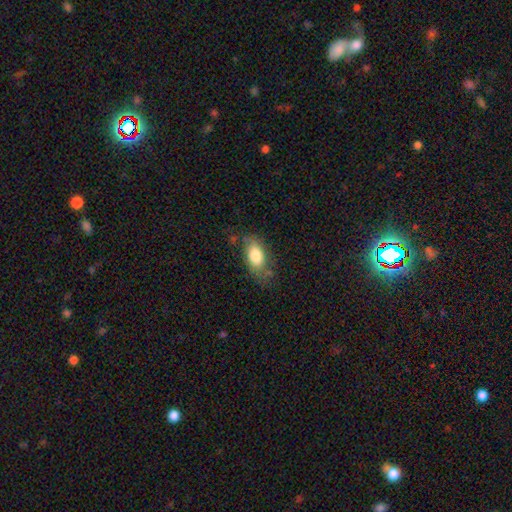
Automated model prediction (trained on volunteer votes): smooth-or-featured: smooth: 73% | featured or disk: 20% | star or artifact: 7%
  how-rounded: in between: 90% | round: 6% | cigar-shaped: 4%
  merging: none: 62% | minor disturbance: 25% | major disturbance: 9% | merger: 3%